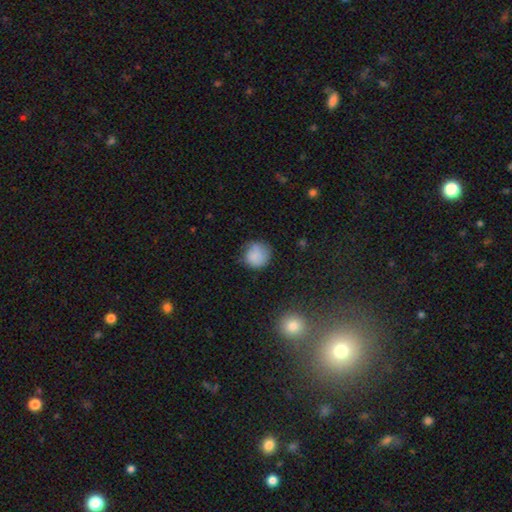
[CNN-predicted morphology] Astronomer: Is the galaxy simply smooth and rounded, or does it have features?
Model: smooth — 81%.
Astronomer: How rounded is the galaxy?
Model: round — 87%.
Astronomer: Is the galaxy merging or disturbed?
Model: none — 64%.